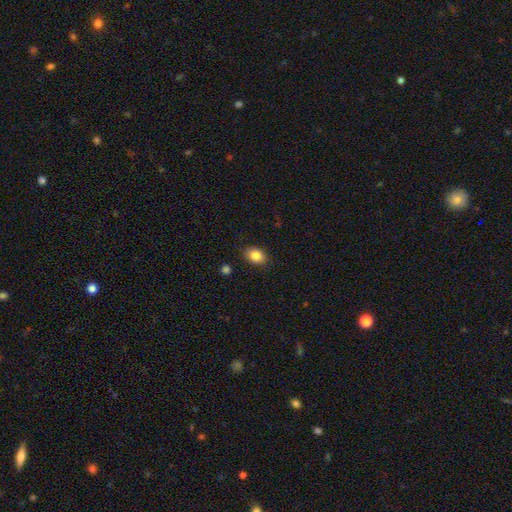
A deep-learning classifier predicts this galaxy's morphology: This appears to be a smooth galaxy with no disk features (85%) that is in between round and cigar-shaped (66%). Merging: none (85%).